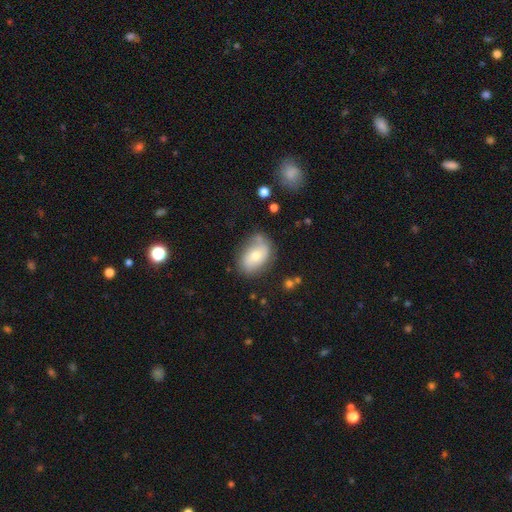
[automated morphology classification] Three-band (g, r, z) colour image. It shows a smooth galaxy with no disk features (57%) that is in between round and cigar-shaped (84%). Merging: none (63%).